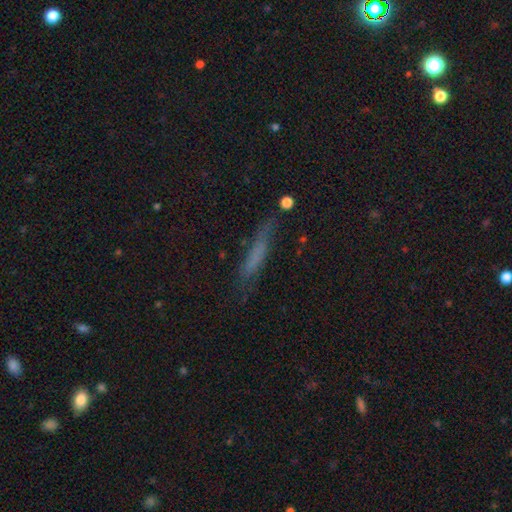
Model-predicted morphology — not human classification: type=smooth (54%); roundness=cigar-shaped (88%); merging=none (68%).